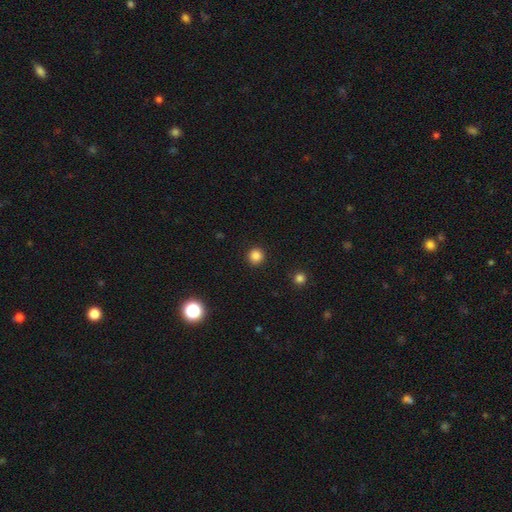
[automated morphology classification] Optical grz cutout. It shows a smooth galaxy with no disk features (85%) that is round (94%). Merging: none (92%).